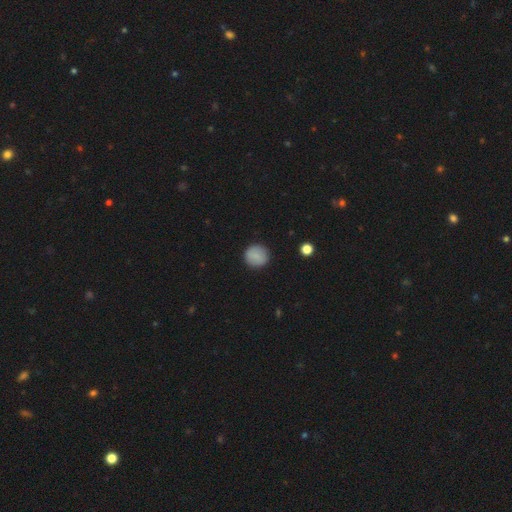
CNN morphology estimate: Smooth or featured? smooth (85%)
How rounded? round (93%)
Merging? none (91%)